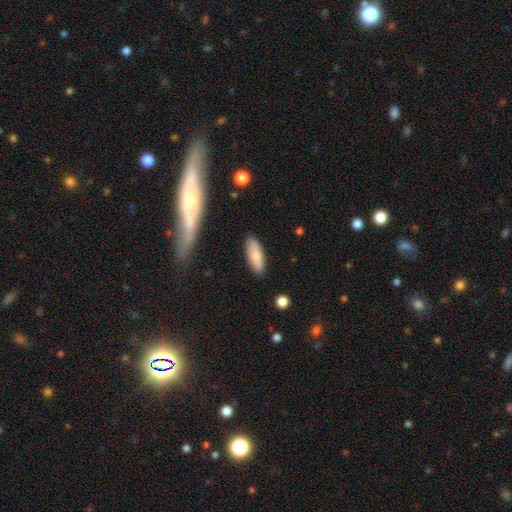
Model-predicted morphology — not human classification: type=smooth (80%); roundness=in between (66%); merging=none (84%).